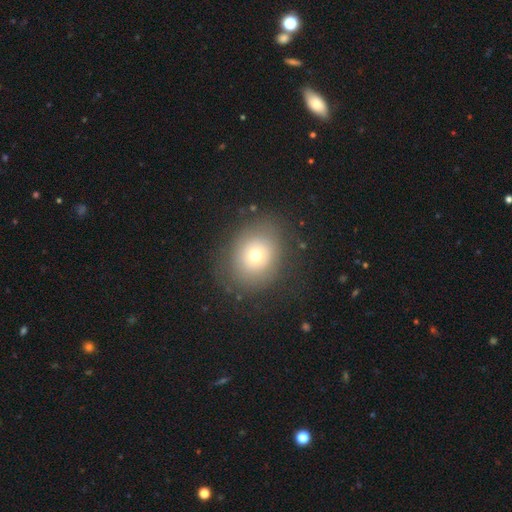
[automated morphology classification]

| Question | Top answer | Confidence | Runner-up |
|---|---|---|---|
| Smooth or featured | smooth | 67% | featured or disk (20%) |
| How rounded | round | 64% | in between (35%) |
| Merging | none | 79% | minor disturbance (13%) |